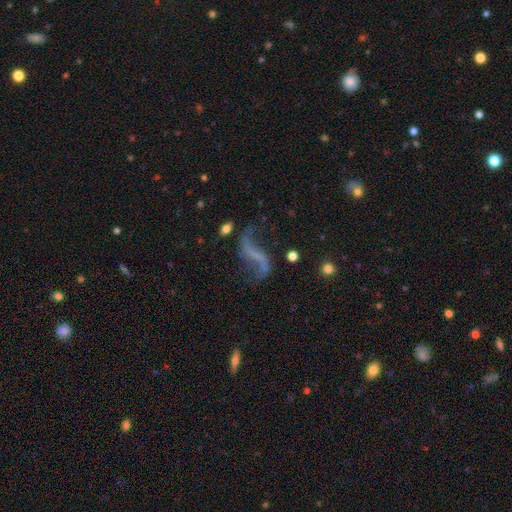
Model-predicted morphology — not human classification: Overall: featured or disk (79%). Edge-on disk: no (95%). Bar: no (36%; strong 35%). Spiral arms: yes (87%). Spiral arm count: 2 (90%). Spiral winding: loose (92%). Bulge size: none (72%). Merging: none (62%).